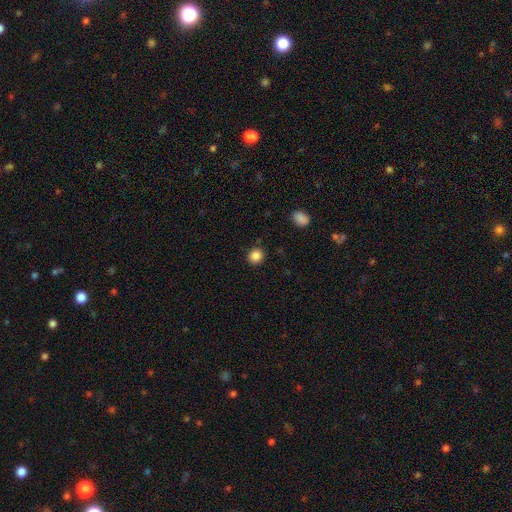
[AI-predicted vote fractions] The model was most divided on "how rounded": round: 84%, in between: 15%, cigar-shaped: 1%. More confident: merging — none (90%); smooth or featured — smooth (86%).